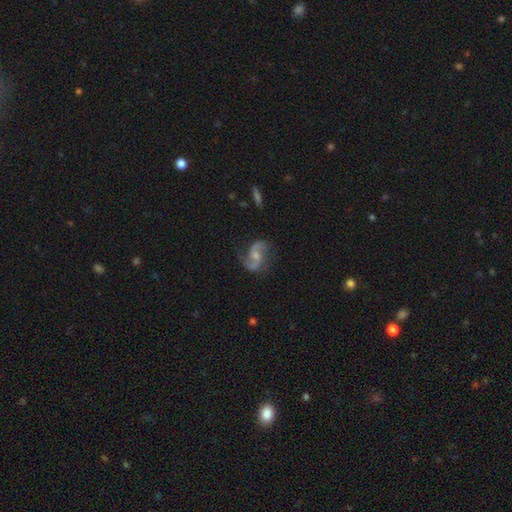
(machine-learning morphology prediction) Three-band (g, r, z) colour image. It shows a featured or disk galaxy (86%) with no bar (49%), 2 (92%) loose (51%) spiral arms (96%) and a moderate central bulge (48%). Merging: none (71%).